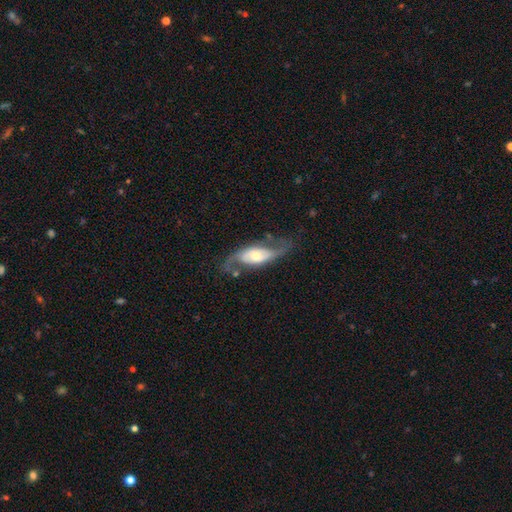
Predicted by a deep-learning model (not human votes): A featured or disk galaxy (78%) with no bar (57%), 2 (89%) loose (57%) spiral arms (89%) and a moderate central bulge (55%). Merging: none (62%).